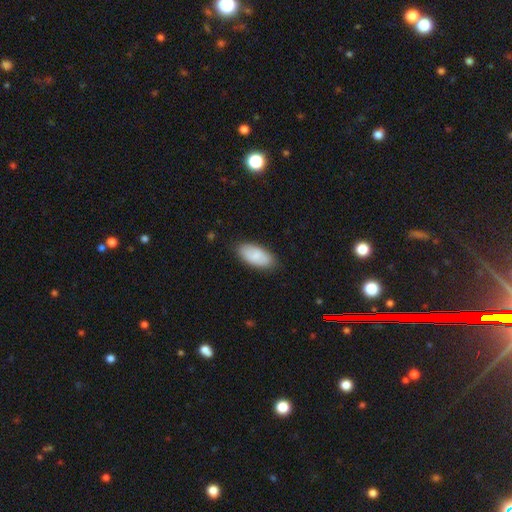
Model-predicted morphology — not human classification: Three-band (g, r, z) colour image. It shows a smooth galaxy with no disk features (82%) that is in between round and cigar-shaped (91%). Merging: none (85%).